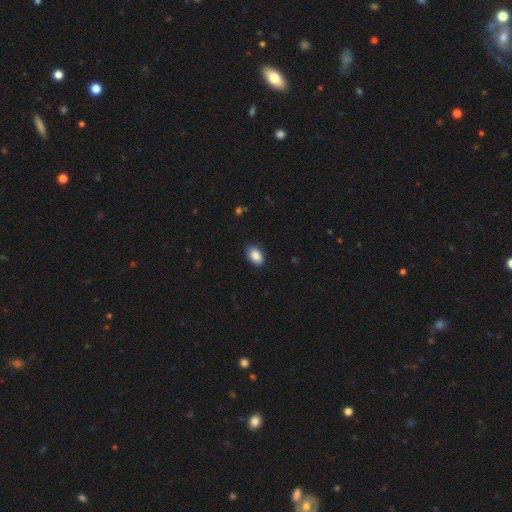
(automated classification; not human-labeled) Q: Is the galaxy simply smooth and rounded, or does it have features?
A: smooth — 89%.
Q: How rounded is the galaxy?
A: in between — 91%.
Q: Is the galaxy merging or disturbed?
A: none — 87%.